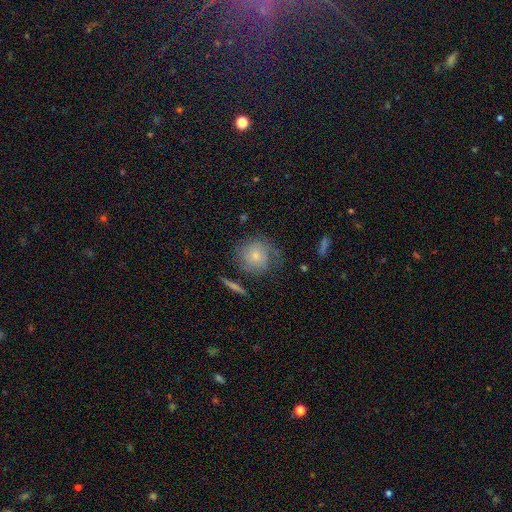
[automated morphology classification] smooth-or-featured: smooth: 57% | featured or disk: 34% | star or artifact: 9%
  how-rounded: round: 87% | in between: 12% | cigar-shaped: 1%
  merging: none: 59% | minor disturbance: 24% | major disturbance: 14% | merger: 3%